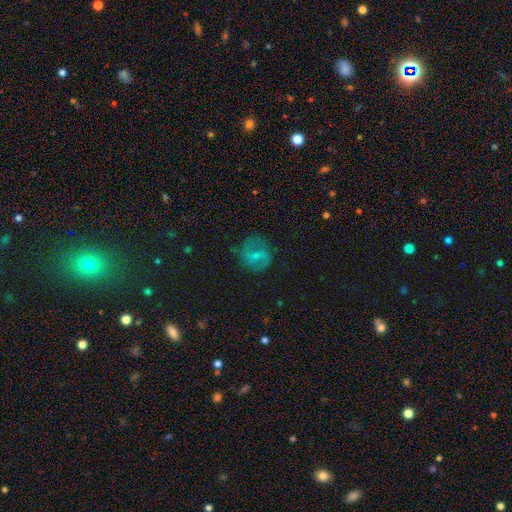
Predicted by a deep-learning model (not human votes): A smooth galaxy with no disk features (48%). Merging: none (69%).